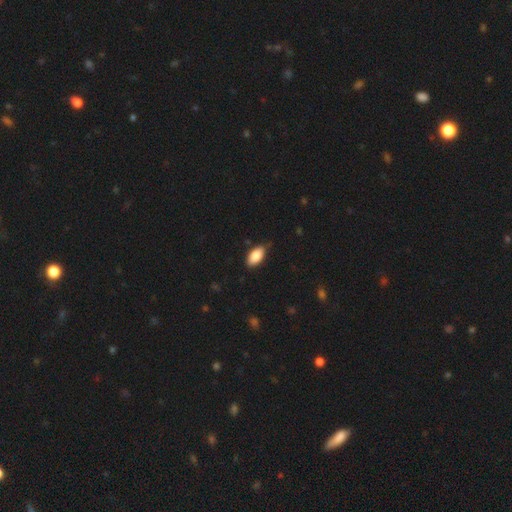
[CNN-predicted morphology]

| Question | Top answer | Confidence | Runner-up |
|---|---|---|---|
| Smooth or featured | smooth | 86% | featured or disk (7%) |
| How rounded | in between | 93% | cigar-shaped (4%) |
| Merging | none | 80% | minor disturbance (17%) |